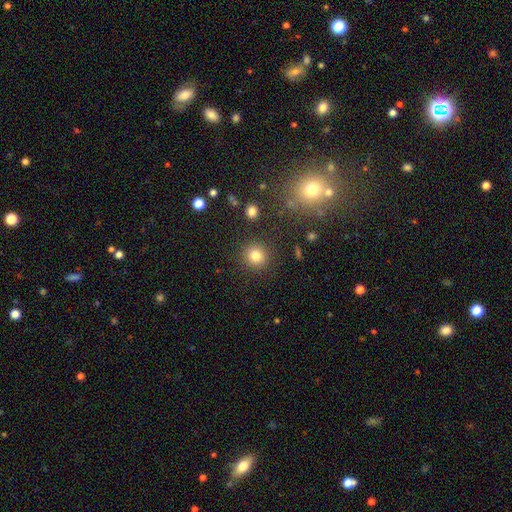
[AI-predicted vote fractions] Smooth or featured? smooth (81%)
How rounded? round (88%)
Merging? none (88%)